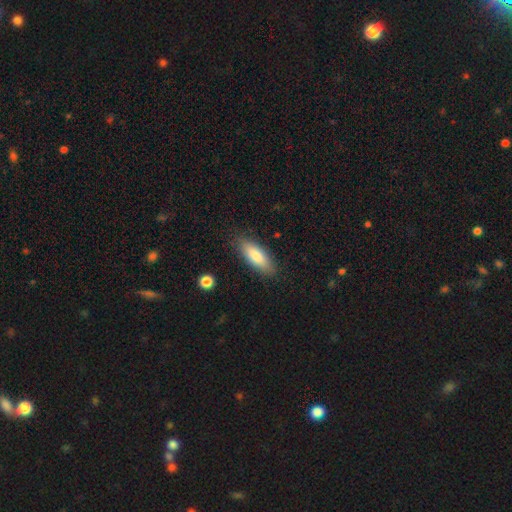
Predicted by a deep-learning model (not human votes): The model was most divided on "how rounded": in between: 66%, cigar-shaped: 32%, round: 2%. More confident: merging — none (86%); smooth or featured — smooth (80%).